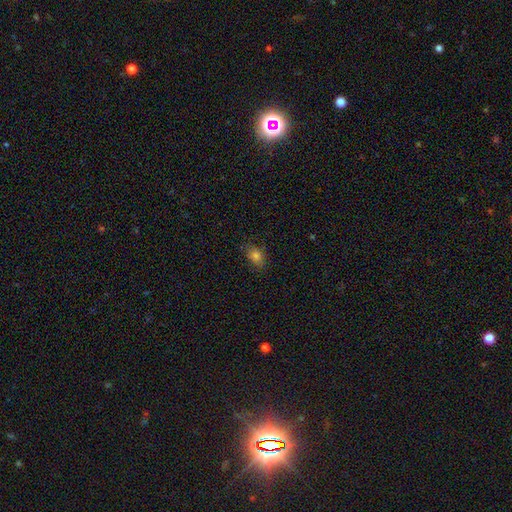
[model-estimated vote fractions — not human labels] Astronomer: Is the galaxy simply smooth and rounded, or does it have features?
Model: smooth — 80%.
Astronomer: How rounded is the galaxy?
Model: in between — 76%.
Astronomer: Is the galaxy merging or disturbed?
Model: none — 80%.